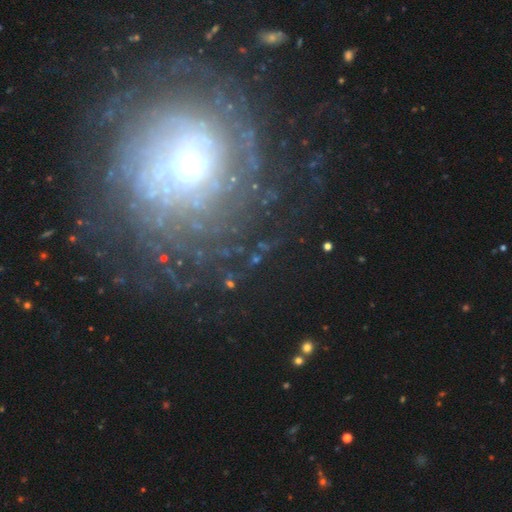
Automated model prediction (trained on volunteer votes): smooth-or-featured: featured or disk: 69% | star or artifact: 19% | smooth: 12%
  disk-edge-on: no: 94% | yes: 6%
    bar: no: 66% | weak: 22% | strong: 12%
    has-spiral-arms: yes: 80% | no: 20%
      spiral-winding: tight: 70% | medium: 20% | loose: 11%
      spiral-arm-count: can't tell: 42% | more than 4: 22% | 4: 10% | 2: 9% | 3: 9% | 1: 8%
    bulge-size: small: 58% | moderate: 29% | large: 6% | none: 5% | dominant: 3%
  merging: none: 71% | minor disturbance: 13% | major disturbance: 13% | merger: 3%